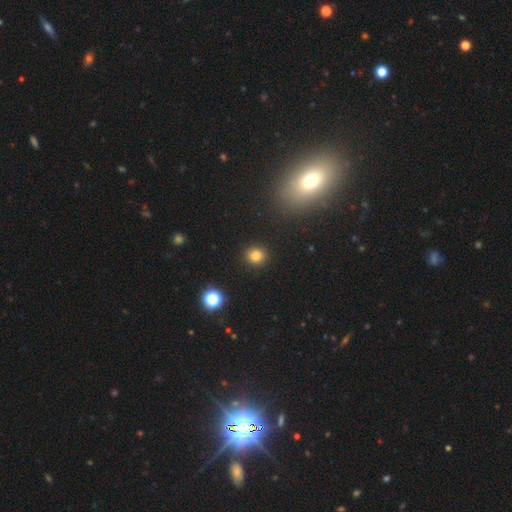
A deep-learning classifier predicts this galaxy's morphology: Smooth or featured? Predicted: smooth (p=0.81). How rounded? Predicted: round (p=0.84). Merging? Predicted: none (p=0.91).